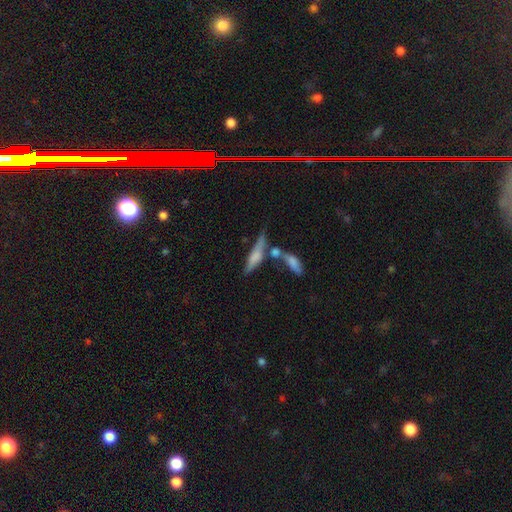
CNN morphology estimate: Smooth or featured: smooth — 49% (featured or disk — 43%)
Merging: none — 41% (merger — 35%)